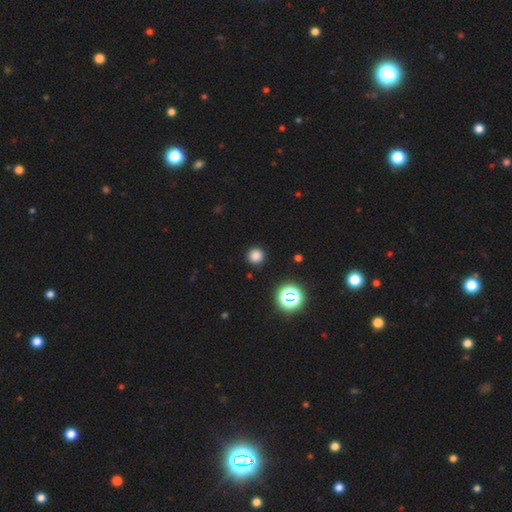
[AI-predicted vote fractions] A smooth galaxy with no disk features (79%) that is round (95%).

Vote fractions:
- Smooth or featured? smooth: 79% / star or artifact: 17% / featured or disk: 4%
- How rounded? round: 95% / in between: 4% / cigar-shaped: 1%
- Merging? none: 91% / minor disturbance: 6% / major disturbance: 2% / merger: 1%